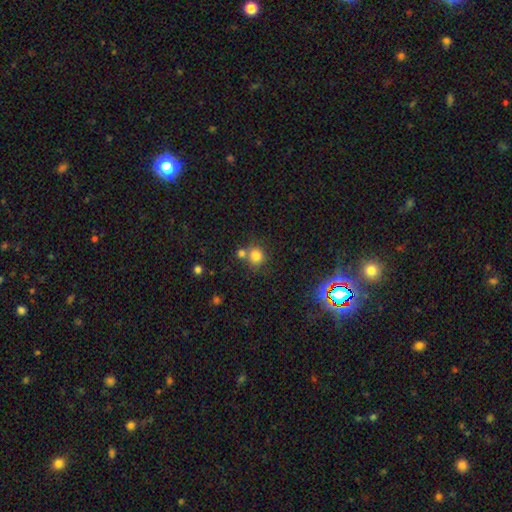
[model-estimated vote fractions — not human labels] Smooth or featured? Predicted: smooth (p=0.80). How rounded? Predicted: round (p=0.86). Merging? Predicted: none (p=0.59).